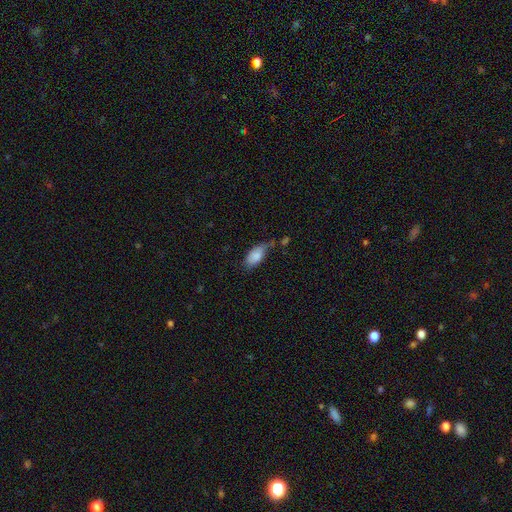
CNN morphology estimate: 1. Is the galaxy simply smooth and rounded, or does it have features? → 82% smooth, 11% featured or disk, 7% star or artifact.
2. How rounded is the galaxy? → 91% in between, 6% cigar-shaped, 3% round.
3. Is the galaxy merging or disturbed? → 37% none, 36% minor disturbance, 17% major disturbance, 10% merger.